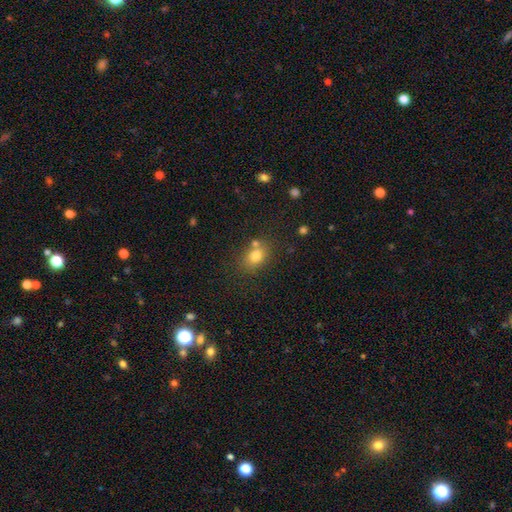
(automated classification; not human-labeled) Morphology: type=smooth (77%); roundness=in between (55%); merging=none (64%).